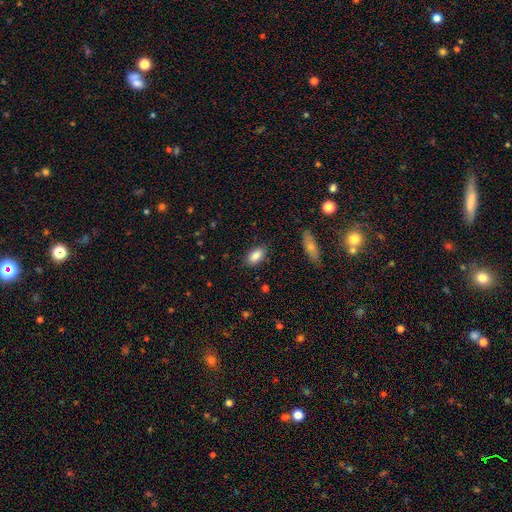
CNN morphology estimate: Smooth or featured? smooth (87%)
How rounded? in between (91%)
Merging? none (84%)